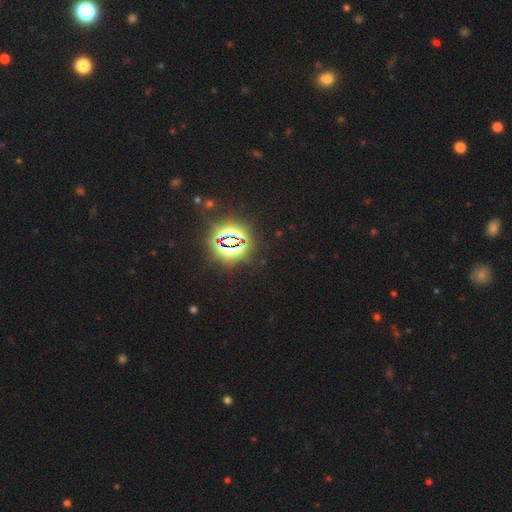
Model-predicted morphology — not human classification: smooth_or_featured: star or artifact (p=0.85) [alt: smooth p=0.10]